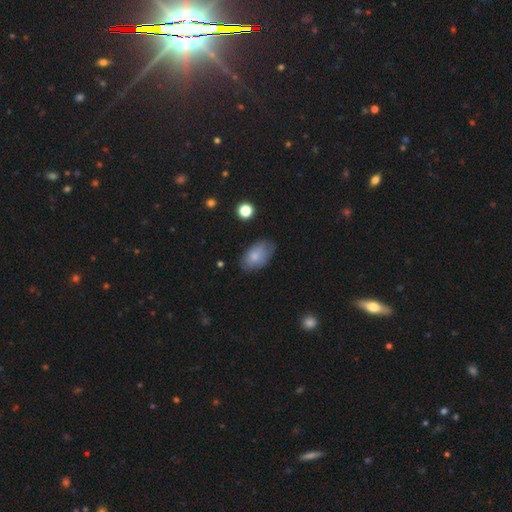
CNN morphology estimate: smooth_or_featured: smooth (p=0.76) [alt: featured or disk p=0.17]
how_rounded: in between (p=0.92) [alt: round p=0.06]
merging: none (p=0.65) [alt: minor disturbance p=0.27]